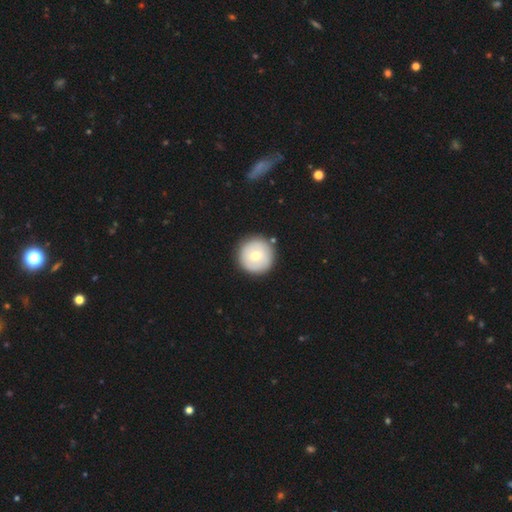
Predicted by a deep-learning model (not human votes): Smooth or featured: smooth — 66% (featured or disk — 27%)
How rounded: round — 96% (in between — 3%)
Merging: none — 89% (minor disturbance — 7%)